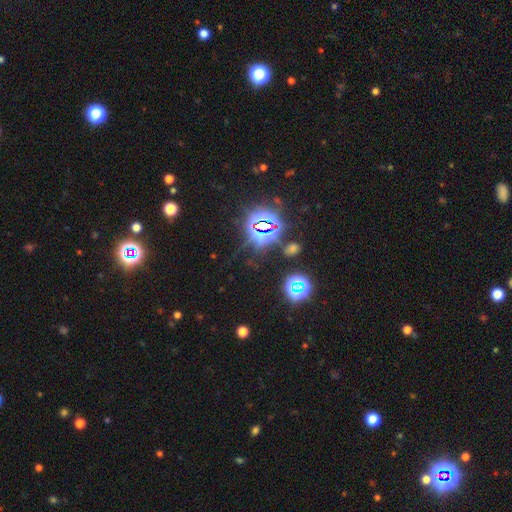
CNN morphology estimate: Smooth or featured? Predicted: star or artifact (p=0.81).